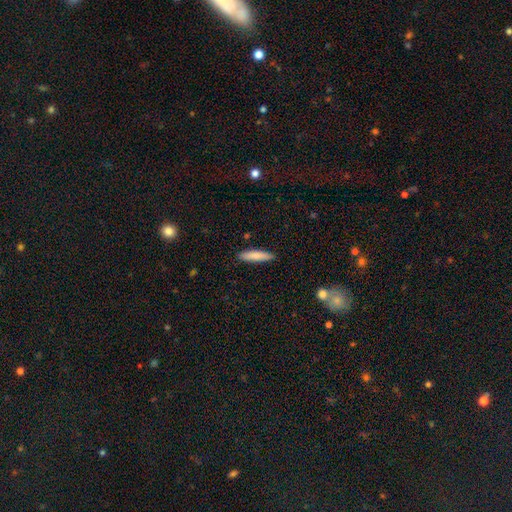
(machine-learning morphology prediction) Q: Smooth or featured?
A: smooth (82%); runner-up: featured or disk (12%)
Q: How rounded?
A: cigar-shaped (82%); runner-up: in between (16%)
Q: Merging?
A: none (88%); runner-up: minor disturbance (9%)